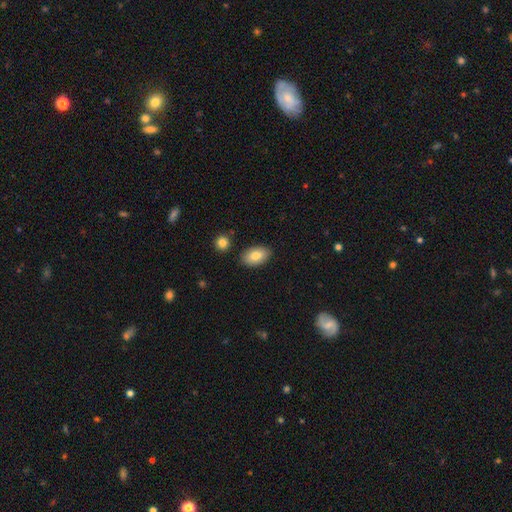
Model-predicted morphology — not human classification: smooth-or-featured: smooth: 80% | featured or disk: 13% | star or artifact: 7%
  how-rounded: in between: 93% | round: 6% | cigar-shaped: 1%
  merging: none: 86% | minor disturbance: 9% | merger: 3% | major disturbance: 2%